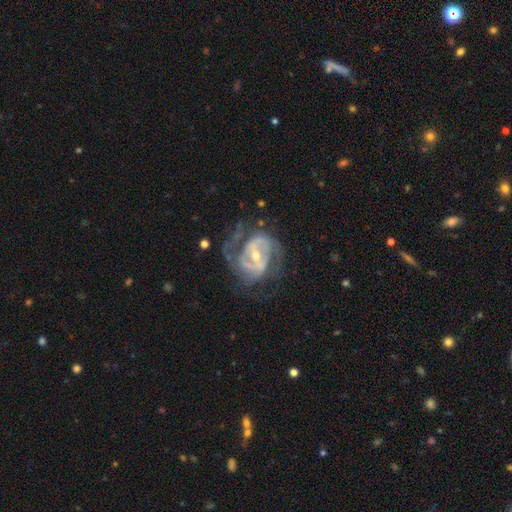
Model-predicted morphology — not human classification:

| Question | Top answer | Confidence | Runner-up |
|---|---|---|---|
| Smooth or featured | featured or disk | 88% | smooth (7%) |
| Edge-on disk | no | 97% | yes (3%) |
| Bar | weak | 41% | strong (36%) |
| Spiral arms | yes | 92% | no (8%) |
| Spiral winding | medium | 45% | tight (39%) |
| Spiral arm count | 2 | 61% | can't tell (17%) |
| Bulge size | small | 52% | moderate (45%) |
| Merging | none | 58% | major disturbance (21%) |